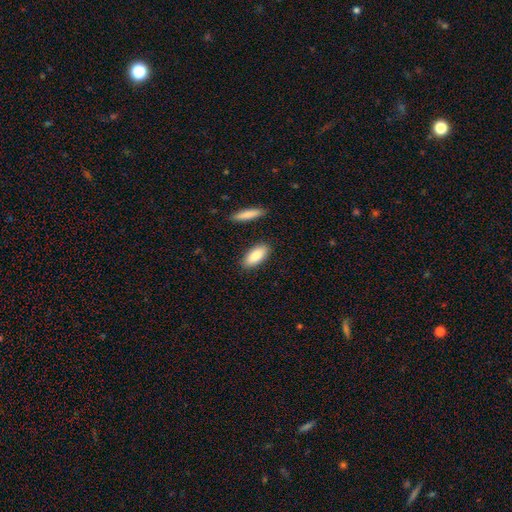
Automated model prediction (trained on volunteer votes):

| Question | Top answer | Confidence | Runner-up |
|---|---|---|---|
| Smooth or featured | smooth | 85% | featured or disk (9%) |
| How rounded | in between | 80% | cigar-shaped (18%) |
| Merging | none | 86% | minor disturbance (9%) |